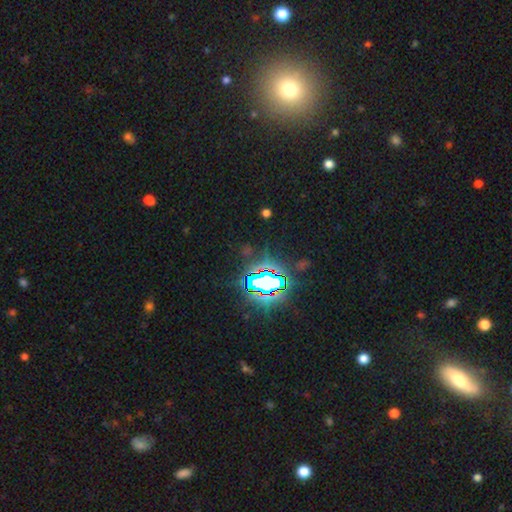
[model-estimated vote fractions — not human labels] Smooth or featured?
  - star or artifact: 82% *
  - smooth: 10%
  - featured or disk: 8%